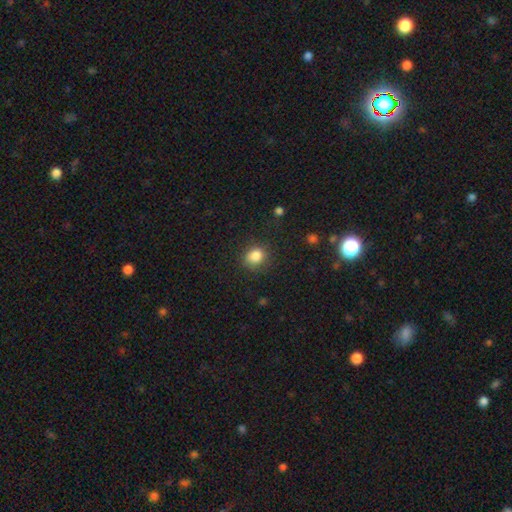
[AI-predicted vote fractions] smooth 85%, star or artifact 11%, featured or disk 4%. Down the decision tree: how rounded — round (74%); merging — none (81%).